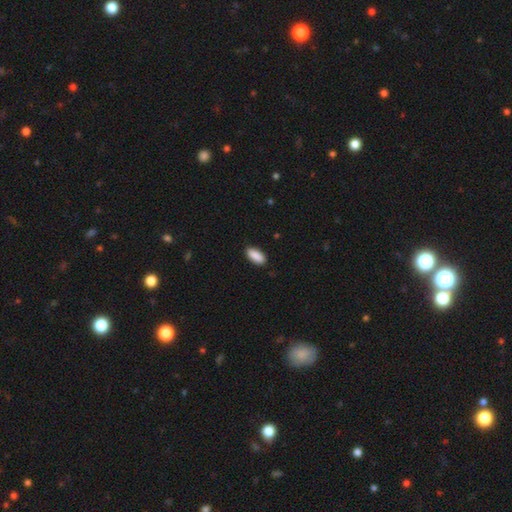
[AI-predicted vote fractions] Smooth or featured? smooth (90%)
How rounded? in between (87%)
Merging? none (89%)